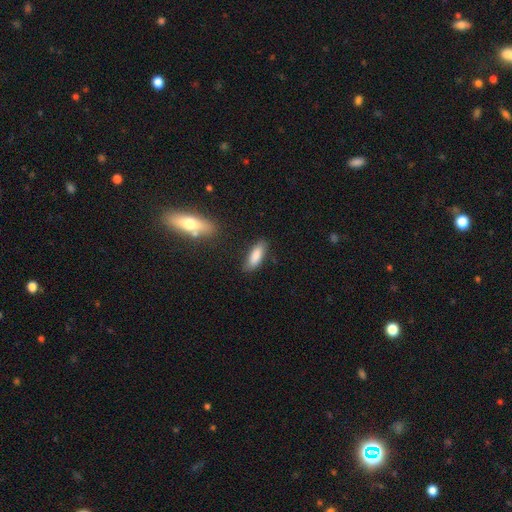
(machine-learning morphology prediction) smooth-or-featured: smooth: 85% | featured or disk: 9% | star or artifact: 6%
  how-rounded: in between: 65% | cigar-shaped: 33% | round: 2%
  merging: none: 80% | minor disturbance: 14% | major disturbance: 3% | merger: 3%